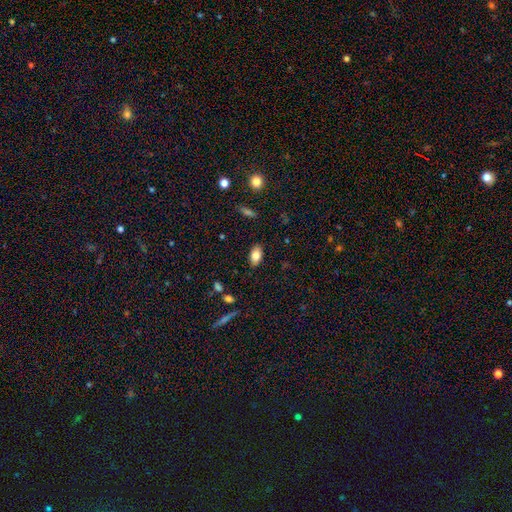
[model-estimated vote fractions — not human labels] smooth-or-featured: smooth: 82% | featured or disk: 10% | star or artifact: 8%
  how-rounded: in between: 91% | round: 6% | cigar-shaped: 3%
  merging: none: 87% | minor disturbance: 10% | major disturbance: 2% | merger: 1%